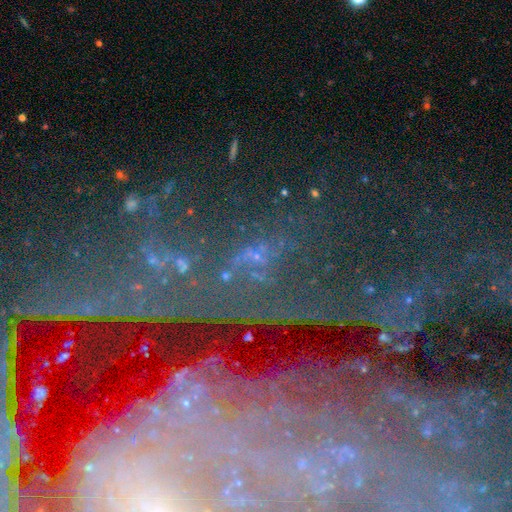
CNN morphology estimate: smooth-or-featured: star or artifact: 51% | featured or disk: 31% | smooth: 18%